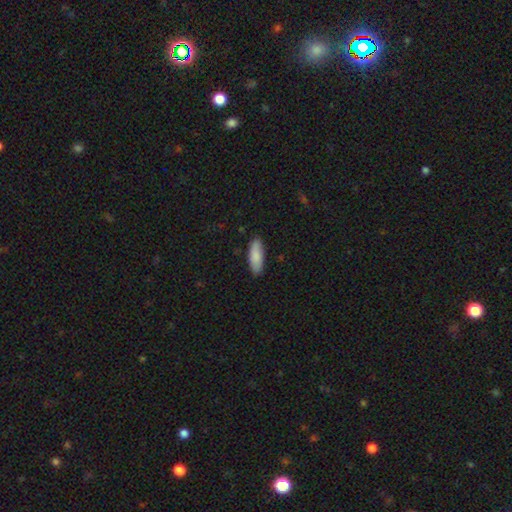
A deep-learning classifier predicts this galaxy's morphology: smooth-or-featured: smooth: 87% | featured or disk: 8% | star or artifact: 5%
  how-rounded: in between: 66% | cigar-shaped: 33% | round: 2%
  merging: none: 85% | minor disturbance: 12% | major disturbance: 2% | merger: 1%